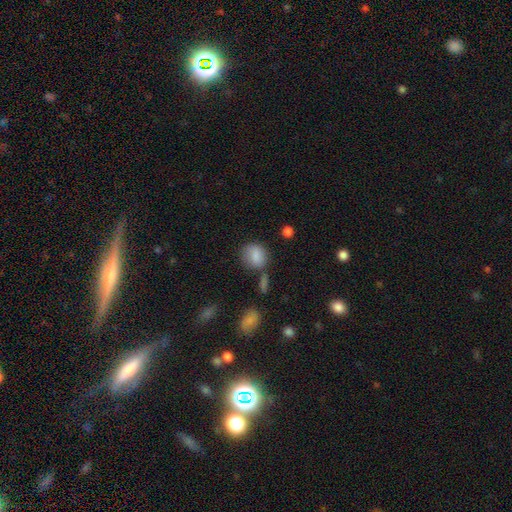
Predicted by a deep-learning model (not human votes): This is clearly a smooth galaxy (84%). How rounded: possibly round (59%). Merging: likely none (63%).